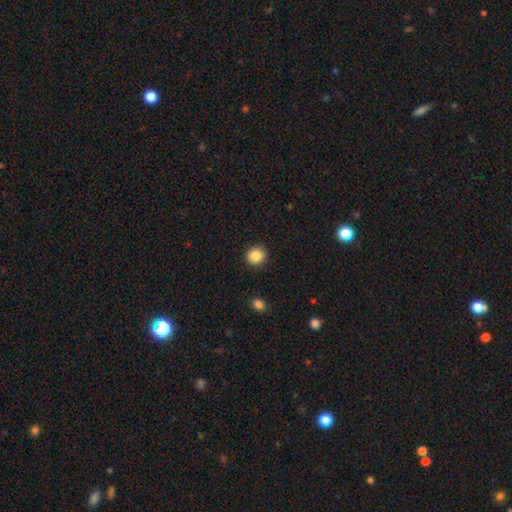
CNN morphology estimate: A smooth galaxy with no disk features (87%) that is round (92%).

Vote fractions:
- Smooth or featured? smooth: 87% / star or artifact: 9% / featured or disk: 3%
- How rounded? round: 92% / in between: 7% / cigar-shaped: 1%
- Merging? none: 92% / minor disturbance: 5% / major disturbance: 2% / merger: 1%